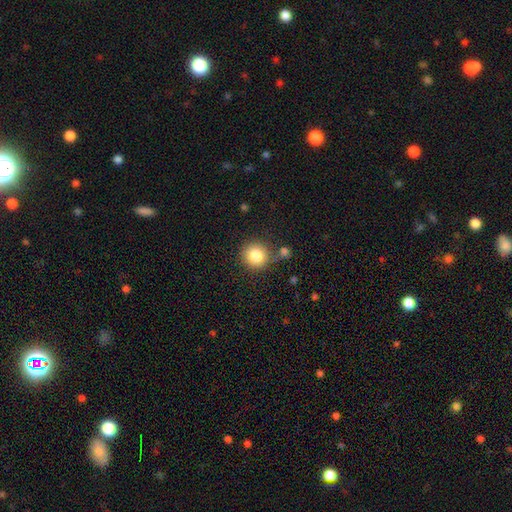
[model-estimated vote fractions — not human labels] A smooth galaxy with no disk features (83%) that is round (93%).

Vote fractions:
- Smooth or featured? smooth: 83% / star or artifact: 10% / featured or disk: 7%
- How rounded? round: 93% / in between: 6% / cigar-shaped: 1%
- Merging? none: 79% / minor disturbance: 10% / merger: 8% / major disturbance: 3%